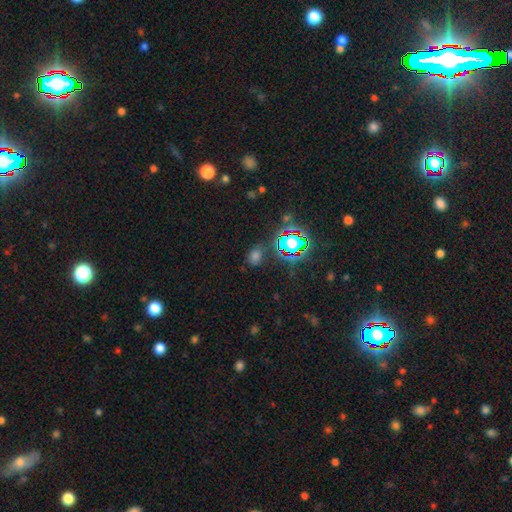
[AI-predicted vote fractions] smooth 50%, star or artifact 42%, featured or disk 8%. Down the decision tree: how rounded — in between (55%); merging — none (76%).